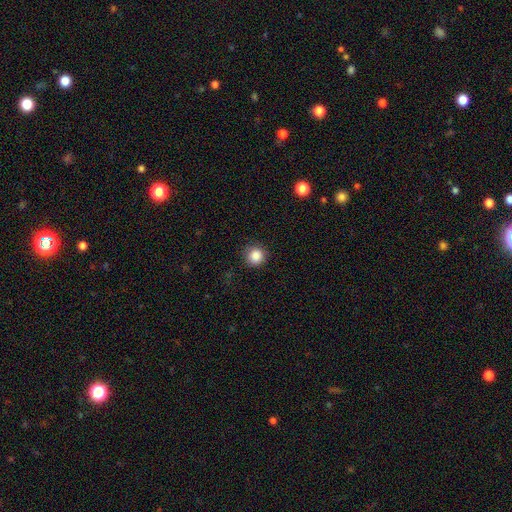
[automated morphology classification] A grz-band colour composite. It shows a smooth galaxy with no disk features (86%) that is round (94%). Merging: none (88%).